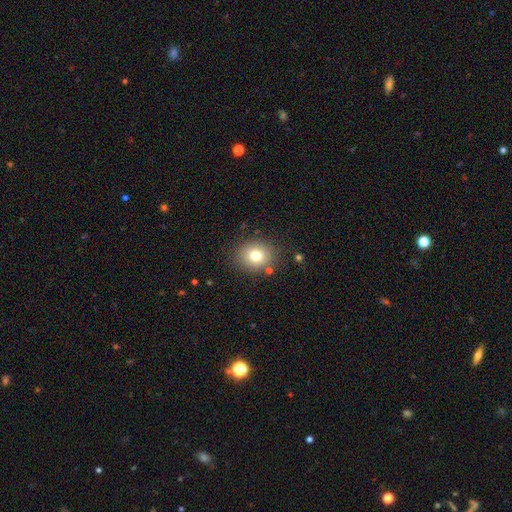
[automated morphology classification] smooth_or_featured: smooth (p=0.77) [alt: star or artifact p=0.12]
how_rounded: round (p=0.66) [alt: in between p=0.34]
merging: none (p=0.84) [alt: minor disturbance p=0.10]